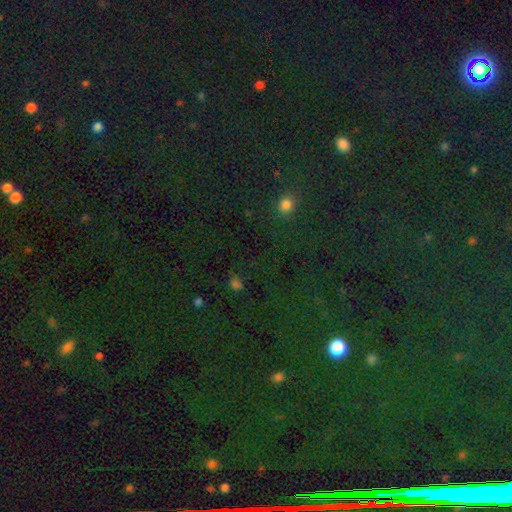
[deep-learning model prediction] star or artifact 67%, smooth 26%, featured or disk 7%.